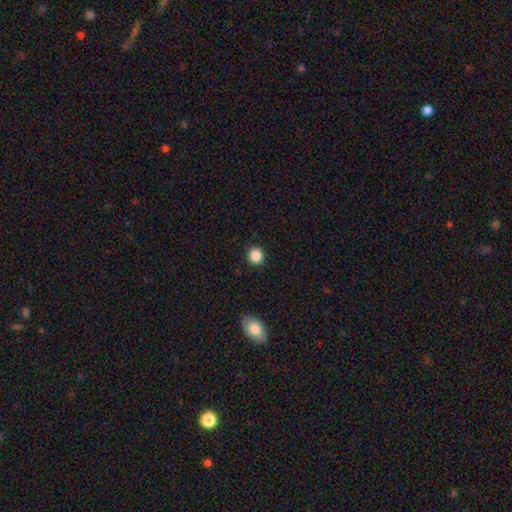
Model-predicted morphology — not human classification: This is clearly a smooth galaxy (87%). How rounded: clearly round (92%). Merging: clearly none (92%).